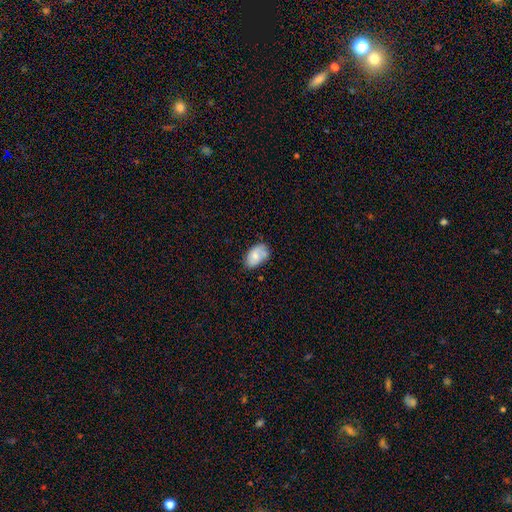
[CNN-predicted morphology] Overall: smooth (68%). How rounded: in between (89%). Merging: none (62%; minor disturbance 28%).